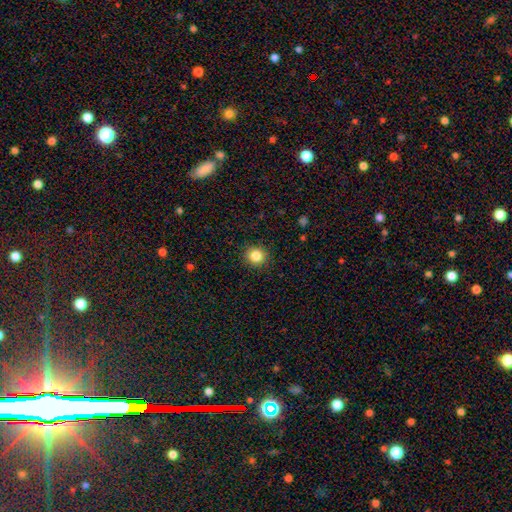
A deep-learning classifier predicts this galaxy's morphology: The model was most divided on "smooth or featured": smooth: 84%, star or artifact: 11%, featured or disk: 5%. More confident: merging — none (91%); how rounded — round (91%).